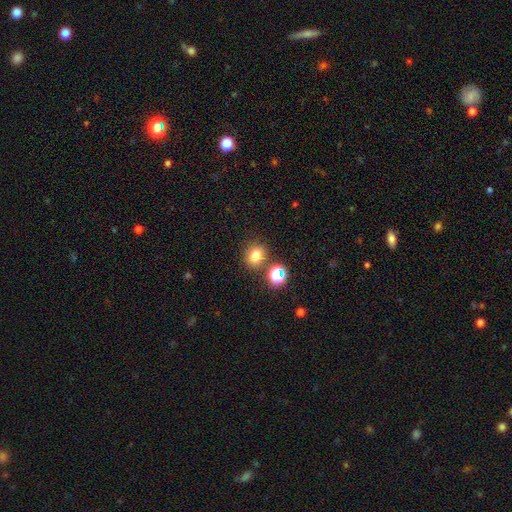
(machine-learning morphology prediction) Overall: smooth (75%). How rounded: round (69%; in between 30%). Merging: none (76%).